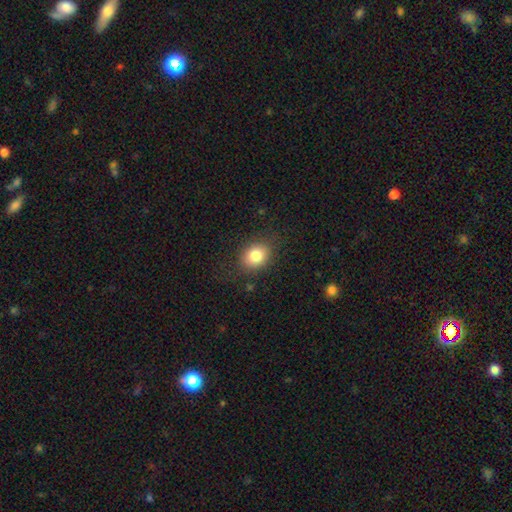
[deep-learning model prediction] smooth-or-featured: smooth: 82% | star or artifact: 9% | featured or disk: 9%
  how-rounded: in between: 54% | round: 45% | cigar-shaped: 1%
  merging: none: 83% | minor disturbance: 12% | major disturbance: 5% | merger: 1%